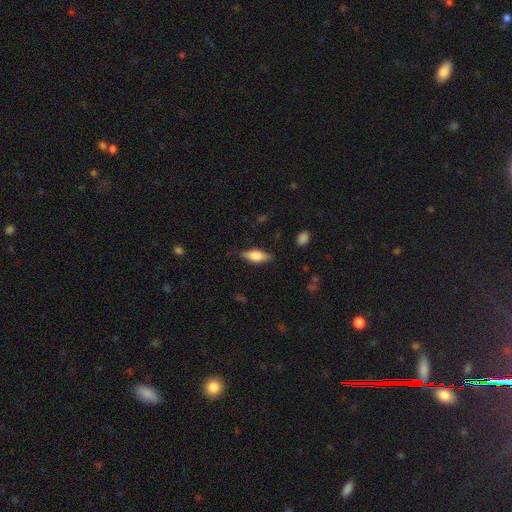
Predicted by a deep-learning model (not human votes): Overall: smooth (58%; featured or disk 35%). How rounded: in between (69%). Merging: none (82%).